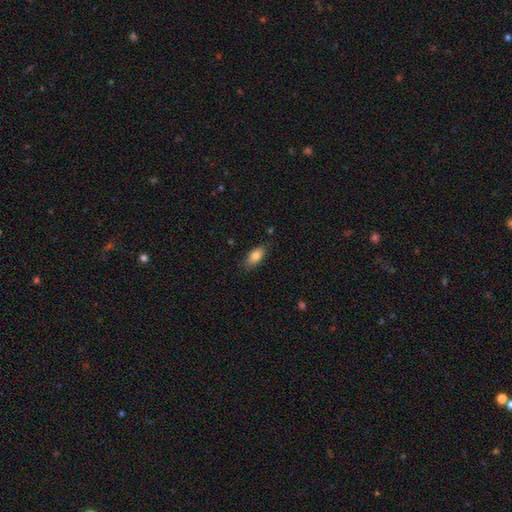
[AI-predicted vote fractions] Overall: smooth (82%). How rounded: in between (89%). Merging: none (81%).